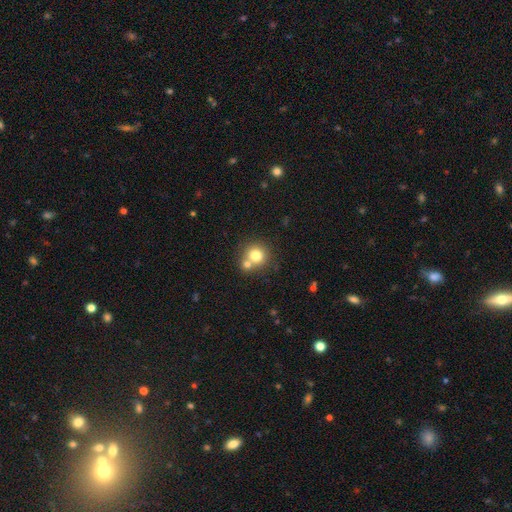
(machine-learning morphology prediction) Smooth or featured? Predicted: smooth (p=0.76). How rounded? Predicted: round (p=0.89). Merging? Predicted: none (p=0.54).